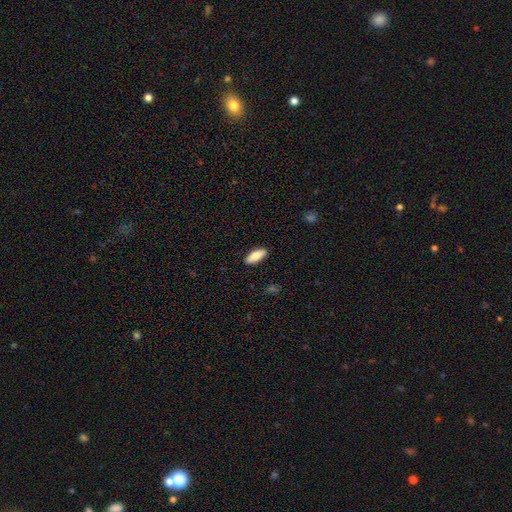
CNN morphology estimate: Smooth or featured?
  - smooth: 82% *
  - featured or disk: 12%
  - star or artifact: 6%
How rounded?
  - in between: 76% *
  - cigar-shaped: 22%
  - round: 2%
Merging?
  - none: 90% *
  - minor disturbance: 8%
  - major disturbance: 2%
  - merger: 1%